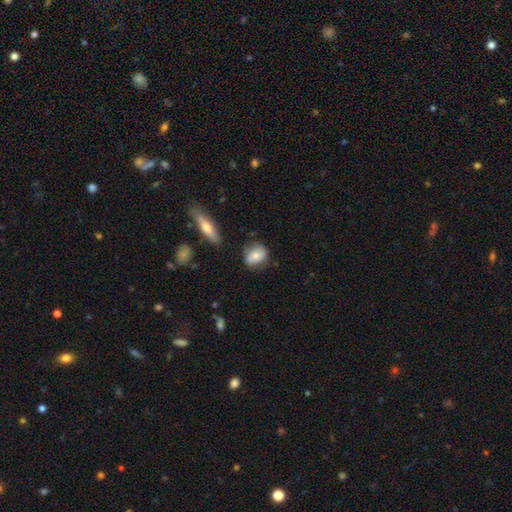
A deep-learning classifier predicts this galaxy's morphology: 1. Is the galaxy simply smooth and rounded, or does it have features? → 73% smooth, 19% featured or disk, 7% star or artifact.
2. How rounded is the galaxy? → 55% in between, 43% round, 2% cigar-shaped.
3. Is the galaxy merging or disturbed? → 68% none, 23% minor disturbance, 6% major disturbance, 3% merger.